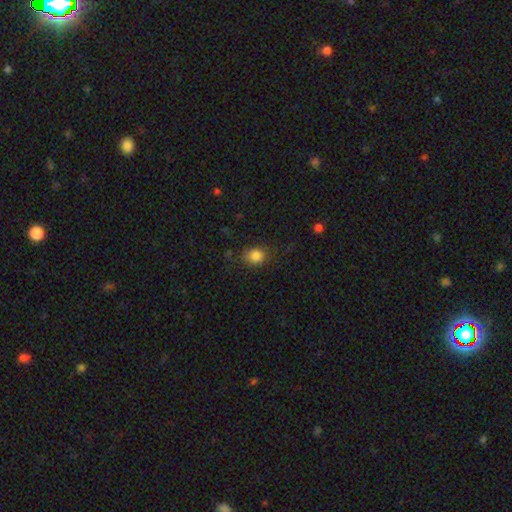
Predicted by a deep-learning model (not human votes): Morphology: type=smooth (84%); roundness=round (62%); merging=none (76%).